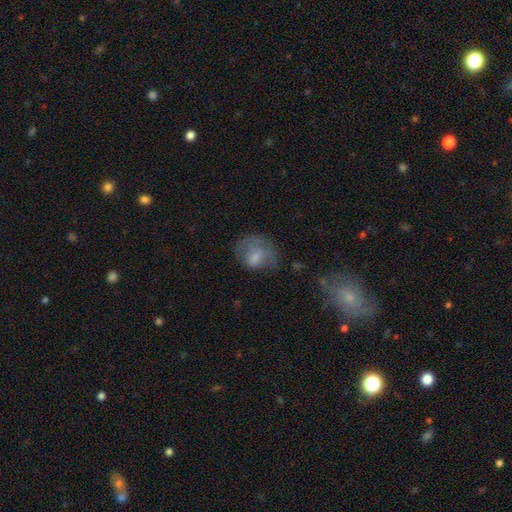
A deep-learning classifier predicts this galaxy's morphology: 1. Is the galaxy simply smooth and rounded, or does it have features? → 62% smooth, 28% featured or disk, 10% star or artifact.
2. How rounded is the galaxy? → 55% round, 43% in between, 1% cigar-shaped.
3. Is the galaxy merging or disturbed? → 37% none, 33% major disturbance, 27% minor disturbance, 2% merger.